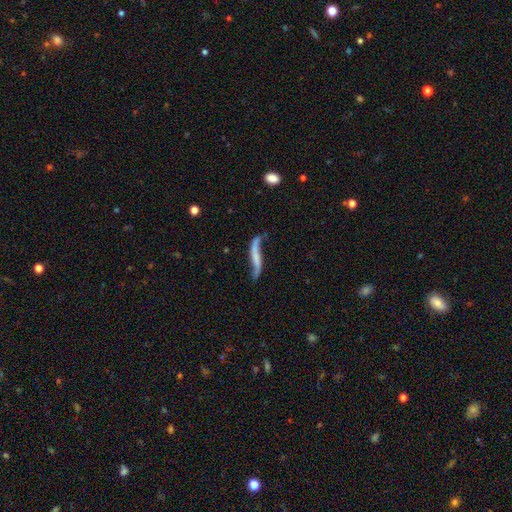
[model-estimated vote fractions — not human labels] A featured or disk galaxy (70%).

Vote fractions:
- Smooth or featured? featured or disk: 70% / smooth: 23% / star or artifact: 7%
- Edge-on disk? no: 67% / yes: 33%
- Merging? none: 50% / minor disturbance: 25% / major disturbance: 17% / merger: 7%